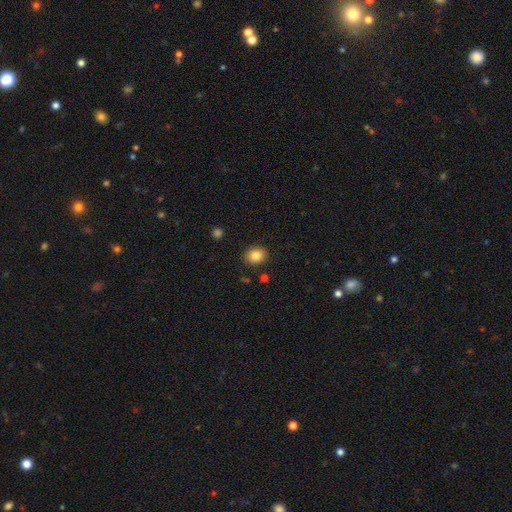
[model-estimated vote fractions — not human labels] Overall: smooth (84%). How rounded: round (62%; in between 37%). Merging: none (88%).